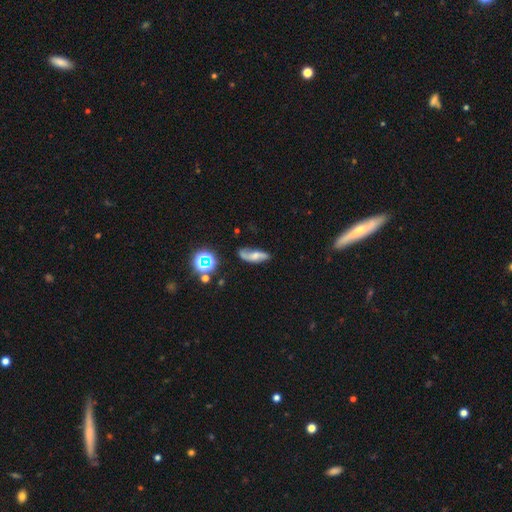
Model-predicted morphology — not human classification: Smooth or featured? featured or disk (55%)
Edge-on disk? no (85%)
Merging? none (57%)